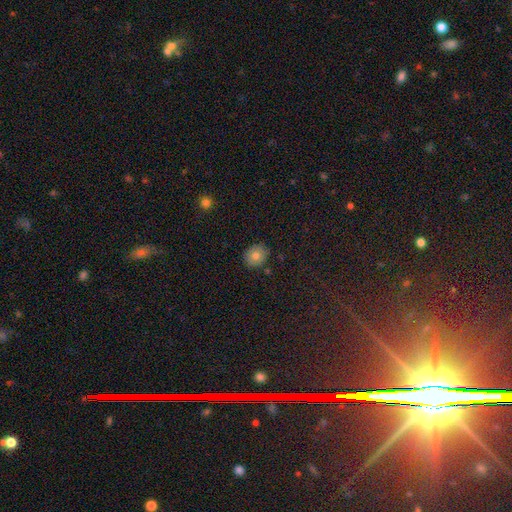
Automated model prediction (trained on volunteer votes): Morphology: type=smooth (75%); roundness=round (69%); merging=none (86%).